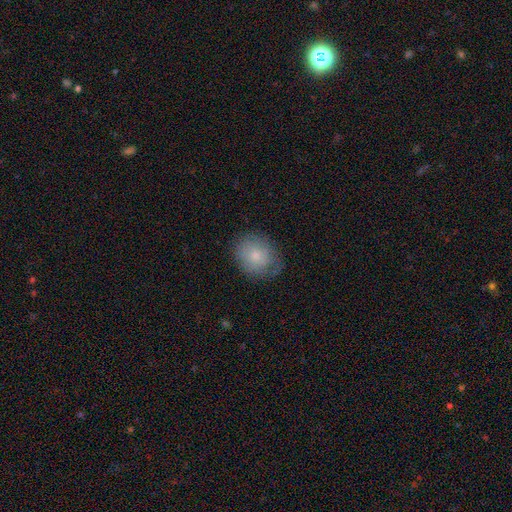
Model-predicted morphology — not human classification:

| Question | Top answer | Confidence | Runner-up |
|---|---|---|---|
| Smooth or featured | smooth | 72% | featured or disk (20%) |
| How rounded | round | 63% | in between (36%) |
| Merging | none | 70% | minor disturbance (22%) |